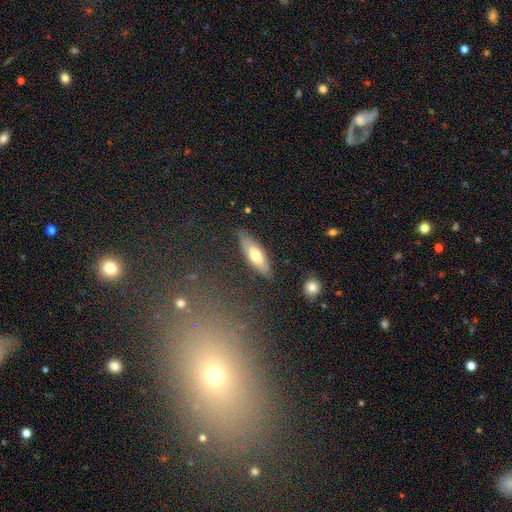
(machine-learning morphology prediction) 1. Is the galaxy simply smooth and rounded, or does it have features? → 59% smooth, 35% featured or disk, 6% star or artifact.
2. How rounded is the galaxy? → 53% in between, 45% cigar-shaped, 2% round.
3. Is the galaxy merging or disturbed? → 82% none, 14% minor disturbance, 3% major disturbance, 2% merger.